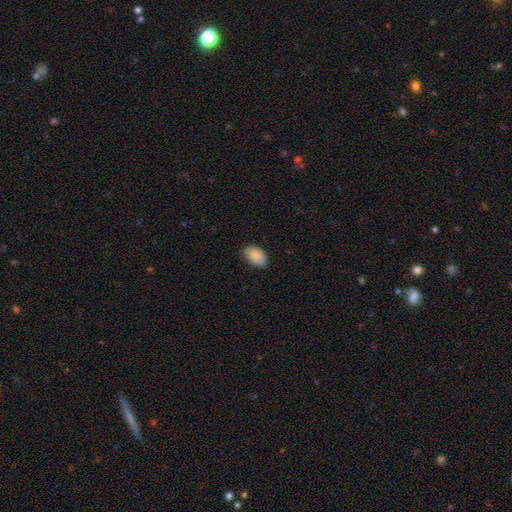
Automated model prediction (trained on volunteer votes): Smooth or featured? smooth (89%)
How rounded? in between (91%)
Merging? none (79%)